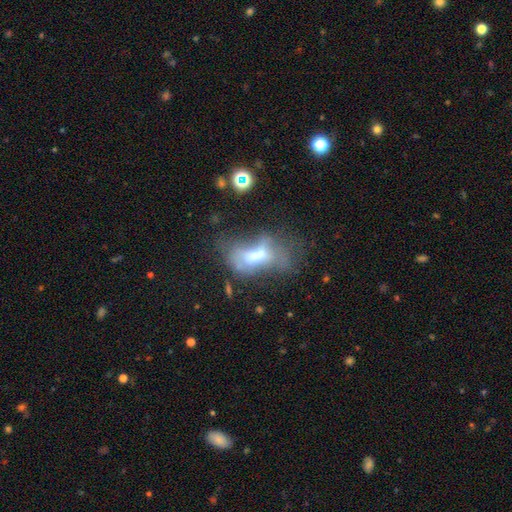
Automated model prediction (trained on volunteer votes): Smooth or featured? Predicted: featured or disk (p=0.46). Merging? Predicted: major disturbance (p=0.41).